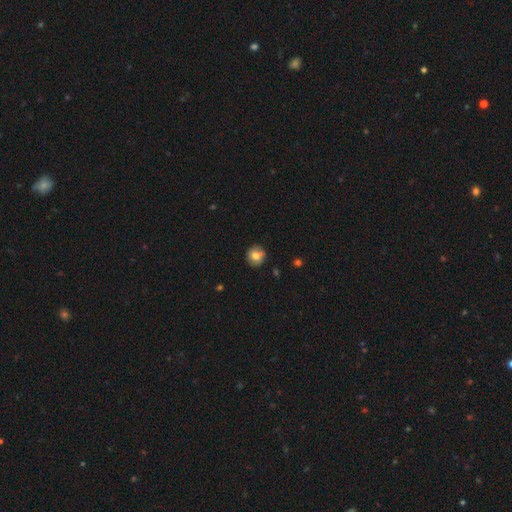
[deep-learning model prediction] Q: Smooth or featured?
A: smooth (73%); runner-up: featured or disk (18%)
Q: How rounded?
A: round (89%); runner-up: in between (10%)
Q: Merging?
A: none (80%); runner-up: minor disturbance (13%)